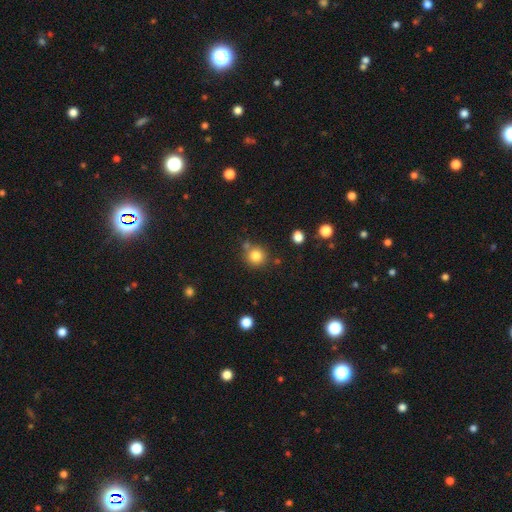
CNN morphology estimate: smooth 82%, star or artifact 12%, featured or disk 6%. Down the decision tree: how rounded — round (92%); merging — none (76%).